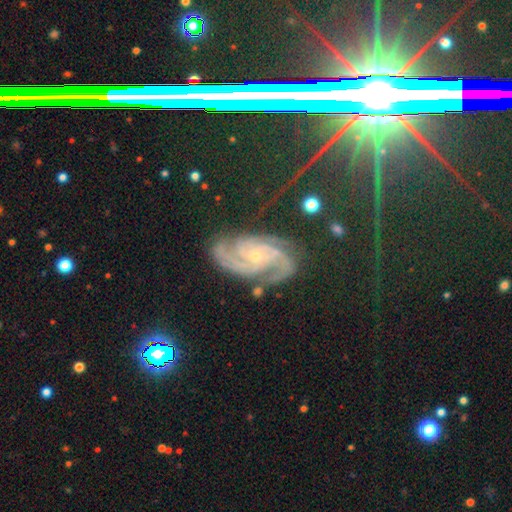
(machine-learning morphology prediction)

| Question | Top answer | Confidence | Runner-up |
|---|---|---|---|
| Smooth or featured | featured or disk | 85% | star or artifact (10%) |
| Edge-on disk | no | 97% | yes (3%) |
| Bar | no | 68% | weak (23%) |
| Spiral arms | yes | 98% | no (2%) |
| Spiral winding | tight | 57% | medium (37%) |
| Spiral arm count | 3 | 39% | 2 (33%) |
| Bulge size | small | 71% | moderate (26%) |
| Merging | none | 74% | minor disturbance (19%) |